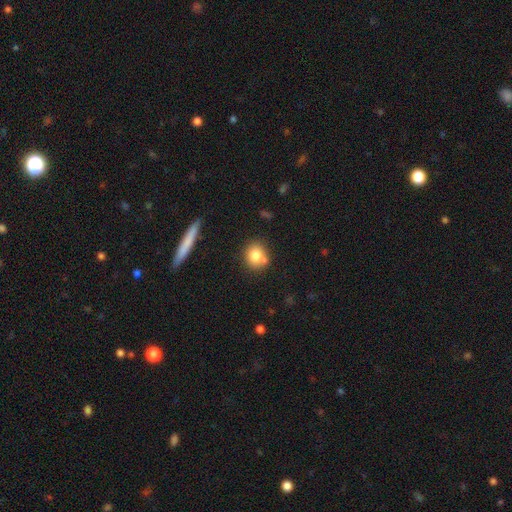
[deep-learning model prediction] Smooth or featured?
  - smooth: 80% *
  - featured or disk: 11%
  - star or artifact: 10%
How rounded?
  - round: 79% *
  - in between: 19%
  - cigar-shaped: 2%
Merging?
  - none: 68% *
  - merger: 15%
  - minor disturbance: 13%
  - major disturbance: 3%